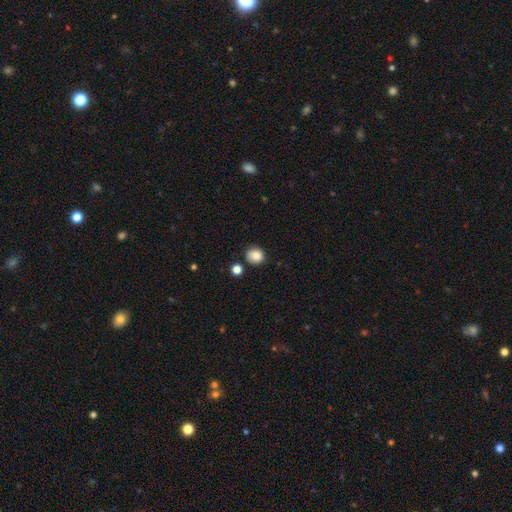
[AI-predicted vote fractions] A smooth galaxy with no disk features (85%) that is round (83%).

Vote fractions:
- Smooth or featured? smooth: 85% / star or artifact: 10% / featured or disk: 6%
- How rounded? round: 83% / in between: 16% / cigar-shaped: 1%
- Merging? none: 75% / minor disturbance: 15% / merger: 6% / major disturbance: 4%